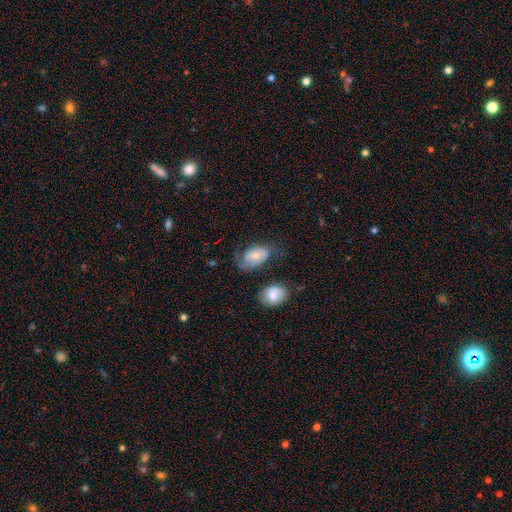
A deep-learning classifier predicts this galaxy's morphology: smooth 51%, featured or disk 42%, star or artifact 8%. Down the decision tree: how rounded — in between (83%); merging — none (36%).